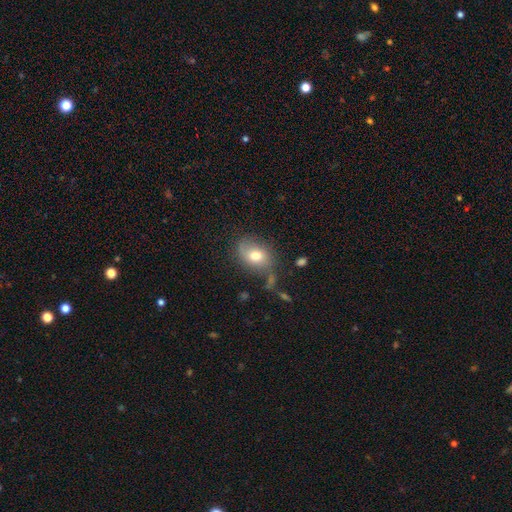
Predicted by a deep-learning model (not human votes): This appears to be a smooth galaxy with no disk features (67%) that is in between round and cigar-shaped (65%). Merging: none (65%).